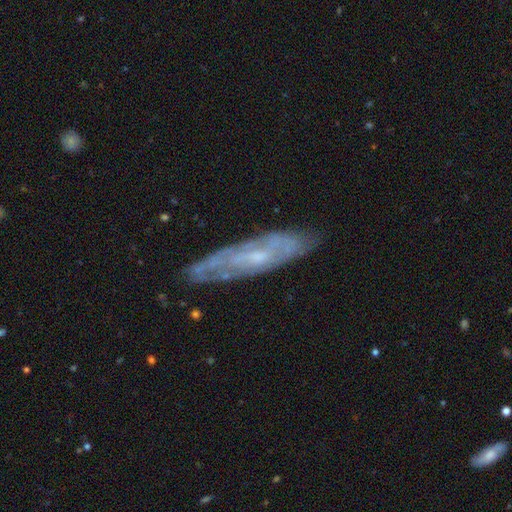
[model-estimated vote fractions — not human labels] Smooth or featured: featured or disk — 75% (smooth — 17%)
Edge-on disk: no — 65% (yes — 35%)
Merging: none — 77% (minor disturbance — 17%)